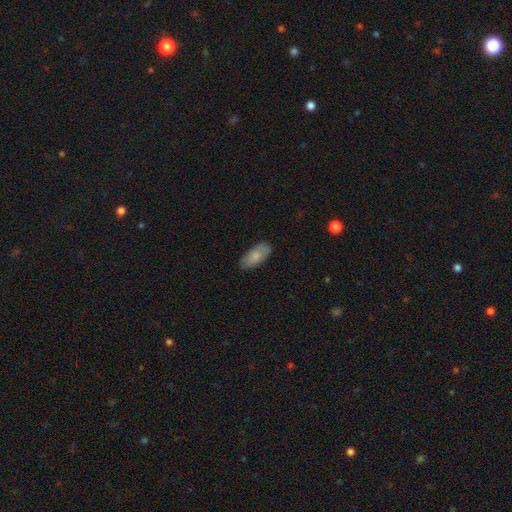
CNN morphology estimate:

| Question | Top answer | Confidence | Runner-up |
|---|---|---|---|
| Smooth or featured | smooth | 81% | featured or disk (13%) |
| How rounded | in between | 87% | cigar-shaped (11%) |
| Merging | none | 81% | minor disturbance (15%) |